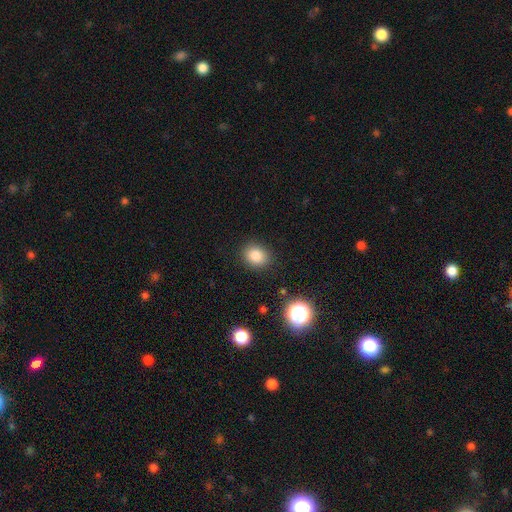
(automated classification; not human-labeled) smooth_or_featured: smooth (p=0.83) [alt: star or artifact p=0.12]
how_rounded: round (p=0.61) [alt: in between p=0.38]
merging: none (p=0.88) [alt: minor disturbance p=0.08]